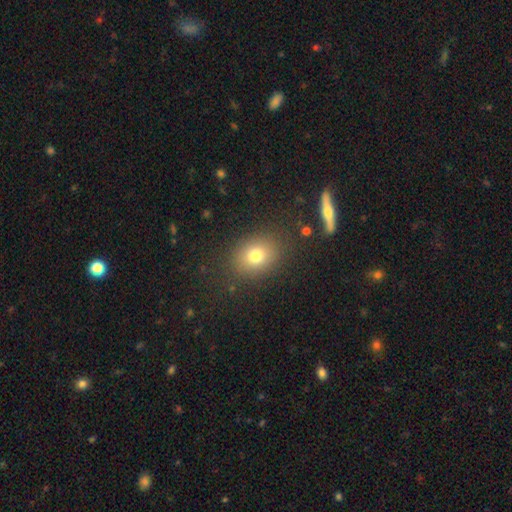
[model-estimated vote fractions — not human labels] Smooth or featured: smooth — 76% (star or artifact — 14%)
How rounded: in between — 49% (tied with round — 49%)
Merging: none — 84% (minor disturbance — 9%)